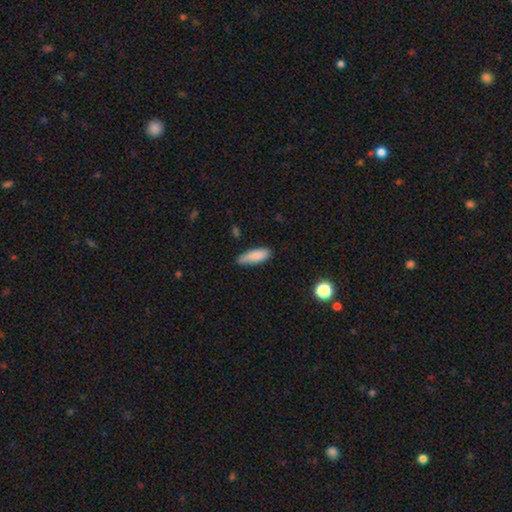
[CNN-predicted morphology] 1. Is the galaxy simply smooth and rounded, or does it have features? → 86% smooth, 7% featured or disk, 7% star or artifact.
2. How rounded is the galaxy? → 58% in between, 40% cigar-shaped, 2% round.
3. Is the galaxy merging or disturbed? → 71% none, 24% minor disturbance, 4% major disturbance, 2% merger.